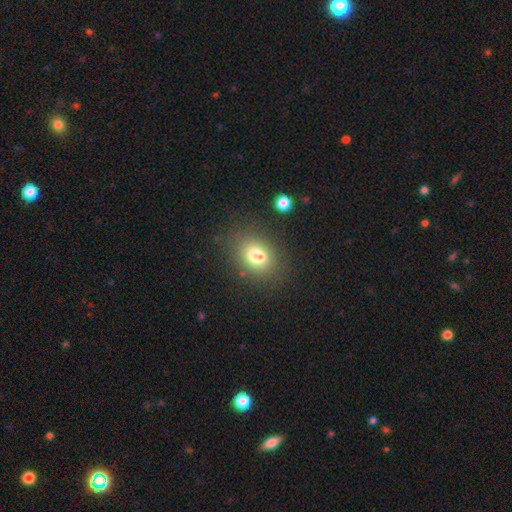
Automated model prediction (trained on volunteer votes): smooth_or_featured: smooth (p=0.74) [alt: featured or disk p=0.14]
how_rounded: in between (p=0.56) [alt: round p=0.43]
merging: none (p=0.64) [alt: merger p=0.18]